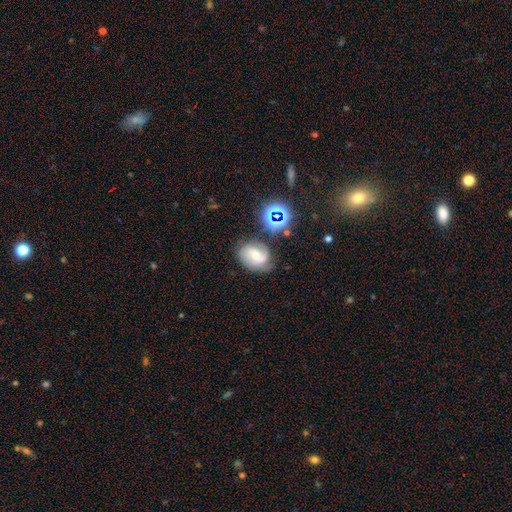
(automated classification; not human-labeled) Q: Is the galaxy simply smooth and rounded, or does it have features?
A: featured or disk — 66%.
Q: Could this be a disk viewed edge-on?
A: no — 97%.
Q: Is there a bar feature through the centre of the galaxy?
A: weak — 47%.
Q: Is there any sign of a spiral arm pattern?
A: yes — 92%.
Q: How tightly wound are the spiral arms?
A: medium — 48%.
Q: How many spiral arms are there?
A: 2 — 75%.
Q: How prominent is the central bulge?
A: moderate — 48%.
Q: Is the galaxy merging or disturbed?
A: none — 66%.